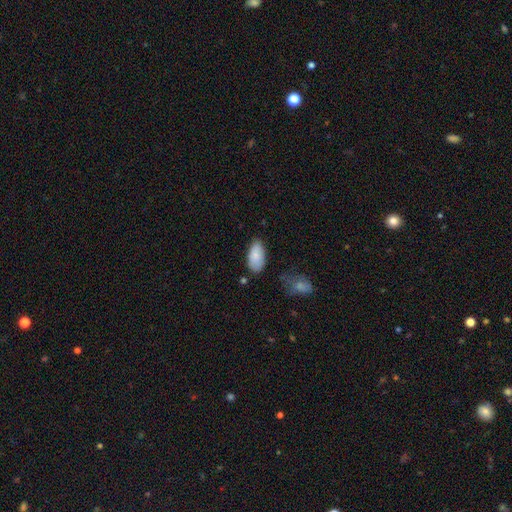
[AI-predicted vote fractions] Smooth or featured?
  - smooth: 85% *
  - featured or disk: 9%
  - star or artifact: 6%
How rounded?
  - in between: 94% *
  - cigar-shaped: 3%
  - round: 2%
Merging?
  - none: 72% *
  - minor disturbance: 21%
  - major disturbance: 4%
  - merger: 3%